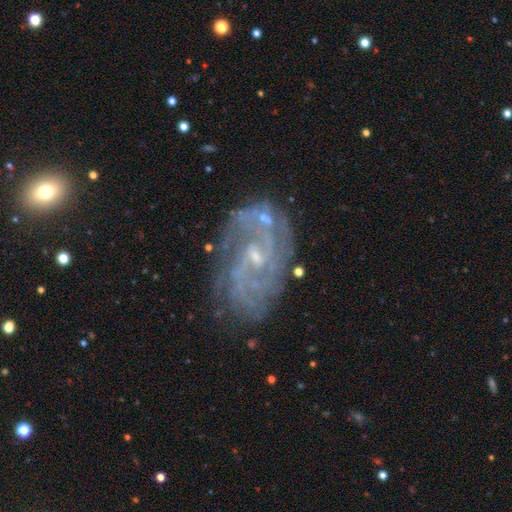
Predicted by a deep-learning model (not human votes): Smooth or featured?
  - featured or disk: 84% *
  - star or artifact: 9%
  - smooth: 7%
Edge-on disk?
  - no: 97% *
  - yes: 3%
Bar?
  - no: 52% *
  - weak: 39%
  - strong: 8%
Spiral arms?
  - yes: 95% *
  - no: 5%
Spiral winding?
  - tight: 42% * (tied)
  - medium: 42% * (tied)
  - loose: 15%
Spiral arm count?
  - 2: 32% *
  - can't tell: 25%
  - 3: 18%
  - 4: 10%
  - more than 4: 7%
  - 1: 7%
Bulge size?
  - small: 76% *
  - moderate: 17%
  - none: 5%
  - large: 1%
  - dominant: 1%
Merging?
  - none: 70% *
  - minor disturbance: 17%
  - major disturbance: 9%
  - merger: 4%